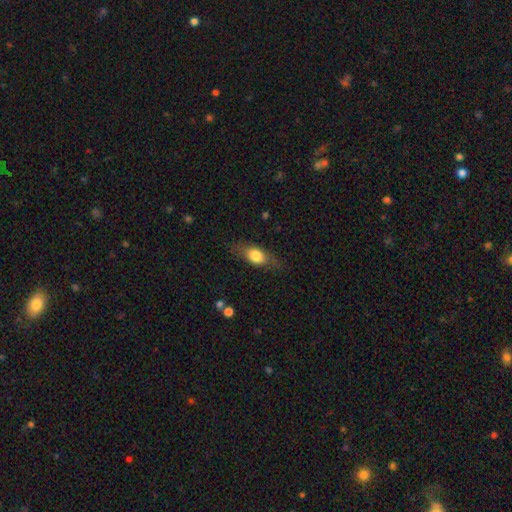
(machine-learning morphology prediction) smooth-or-featured: smooth: 70% | featured or disk: 23% | star or artifact: 7%
  how-rounded: in between: 73% | cigar-shaped: 14% | round: 13%
  merging: none: 73% | minor disturbance: 18% | major disturbance: 8% | merger: 1%